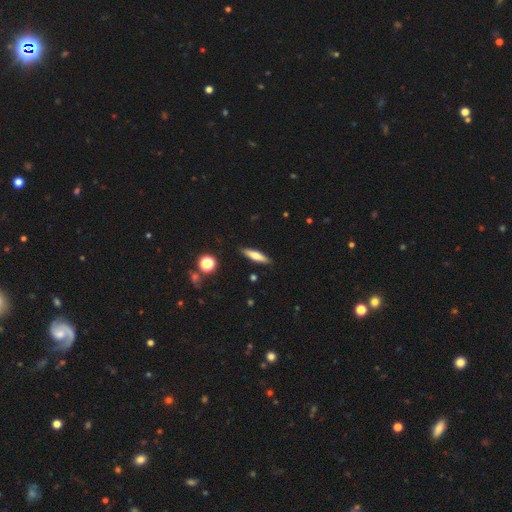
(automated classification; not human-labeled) Smooth or featured? smooth (60%)
How rounded? cigar-shaped (74%)
Merging? none (88%)